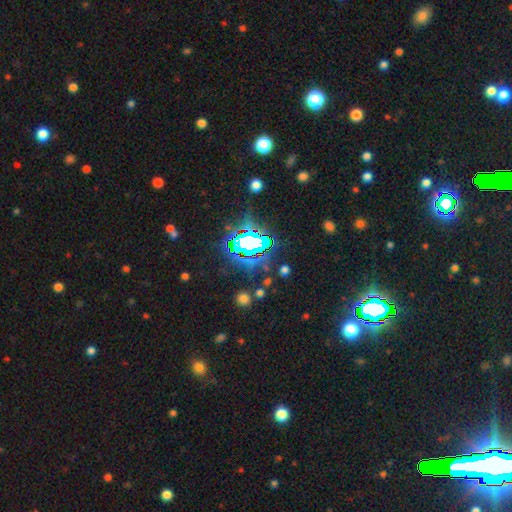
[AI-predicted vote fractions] Smooth or featured? Predicted: star or artifact (p=0.84).